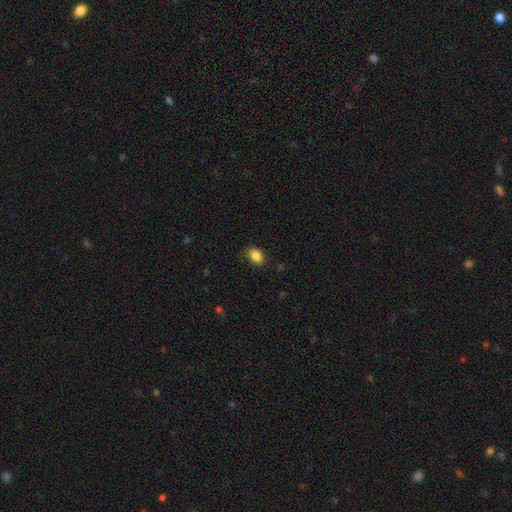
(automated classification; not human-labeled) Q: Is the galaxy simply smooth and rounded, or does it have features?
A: smooth — 87%.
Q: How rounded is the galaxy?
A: in between — 74%.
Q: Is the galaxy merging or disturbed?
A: none — 85%.